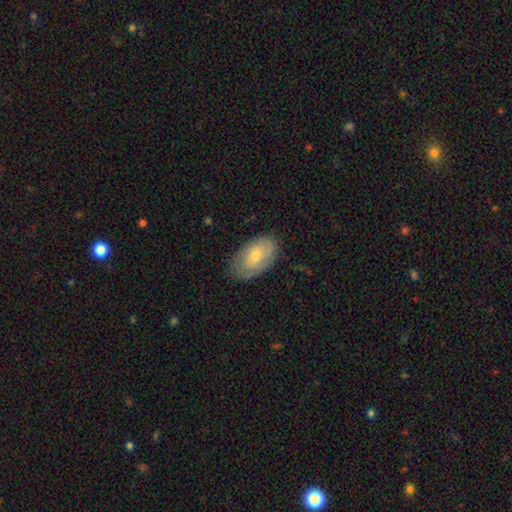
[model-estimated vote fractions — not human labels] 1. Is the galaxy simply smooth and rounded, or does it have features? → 64% smooth, 30% featured or disk, 6% star or artifact.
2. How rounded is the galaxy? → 93% in between, 5% round, 2% cigar-shaped.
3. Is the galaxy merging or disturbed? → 74% none, 20% minor disturbance, 5% major disturbance, 1% merger.